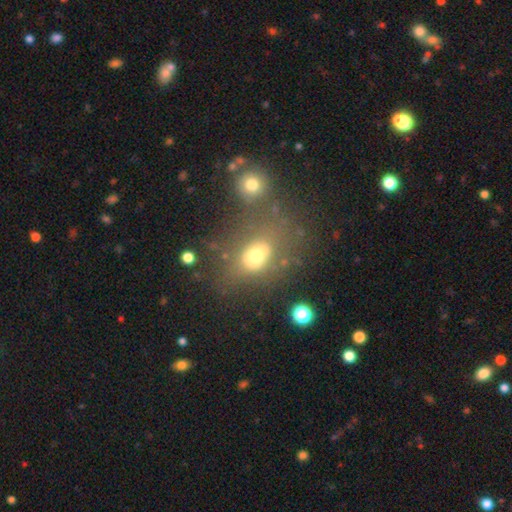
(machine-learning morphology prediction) type=smooth (68%); roundness=in between (72%); merging=none (53%).